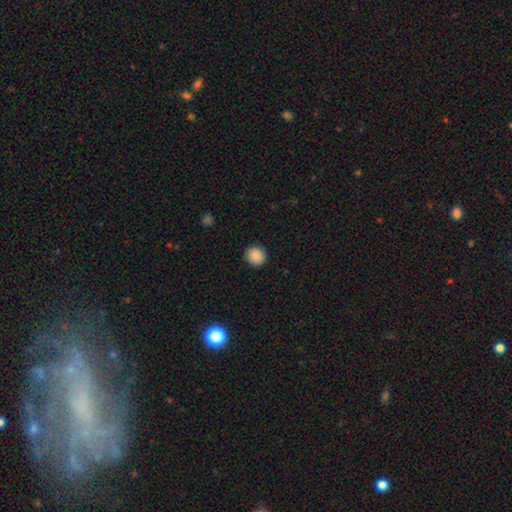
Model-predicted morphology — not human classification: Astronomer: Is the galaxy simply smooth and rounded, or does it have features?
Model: smooth — 89%.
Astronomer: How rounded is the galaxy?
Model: round — 94%.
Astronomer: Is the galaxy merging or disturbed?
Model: none — 92%.